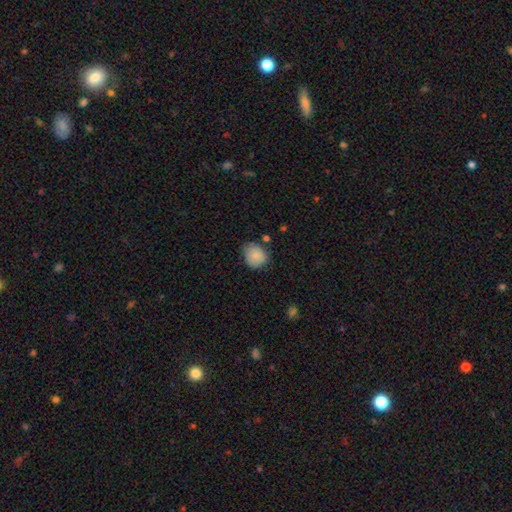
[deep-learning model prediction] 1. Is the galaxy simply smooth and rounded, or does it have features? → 85% smooth, 8% star or artifact, 7% featured or disk.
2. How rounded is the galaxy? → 60% round, 39% in between, 1% cigar-shaped.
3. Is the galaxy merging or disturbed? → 61% none, 30% minor disturbance, 6% major disturbance, 3% merger.